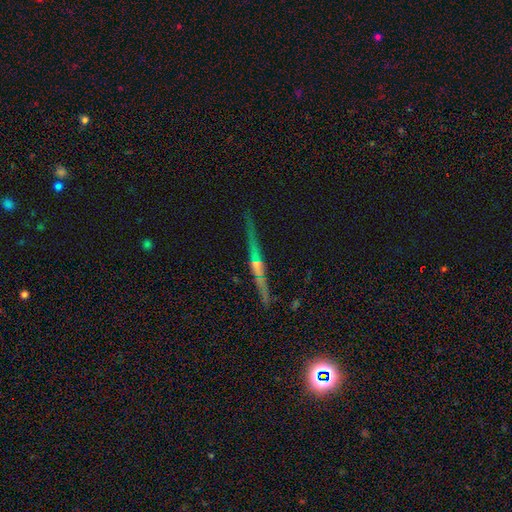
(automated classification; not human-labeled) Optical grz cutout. It shows a featured or disk galaxy (81%) viewed edge-on (97%) with a rounded central bulge (88%). Merging: none (90%).